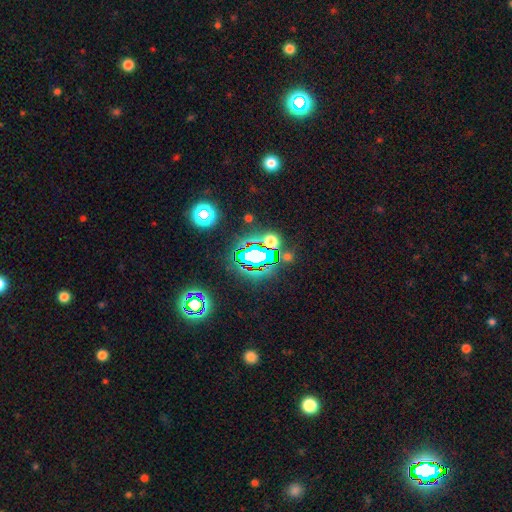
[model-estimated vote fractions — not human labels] A star or artifact, not a galaxy (65%).